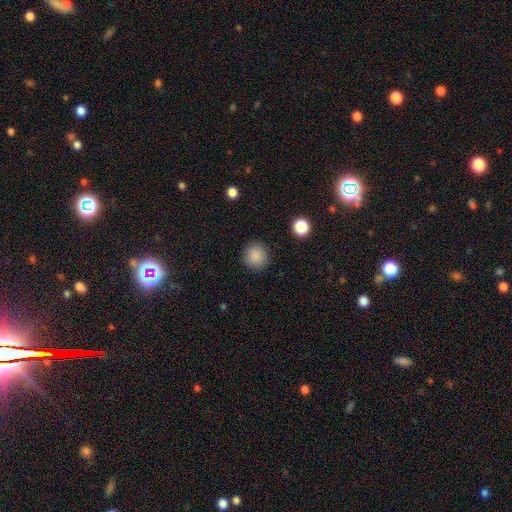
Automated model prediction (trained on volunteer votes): A smooth galaxy with no disk features (87%) that is round (93%). Merging: none (91%).